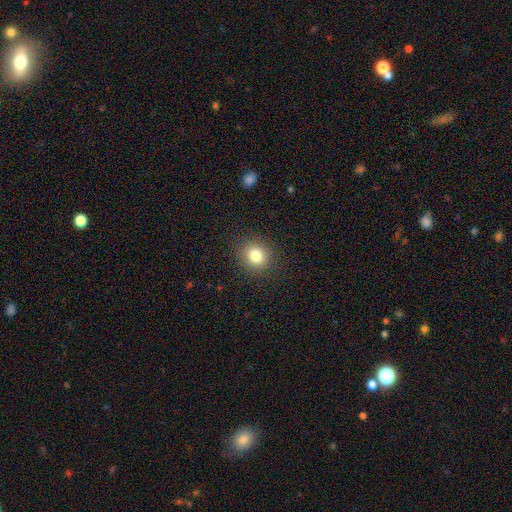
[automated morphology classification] This is clearly a smooth galaxy (81%). How rounded: clearly round (84%). Merging: clearly none (90%).